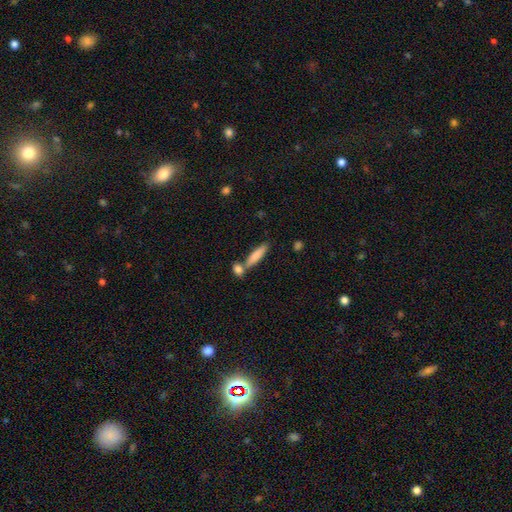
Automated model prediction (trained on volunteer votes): This is clearly a smooth galaxy (81%). How rounded: likely cigar-shaped (71%). Merging: likely none (60%).